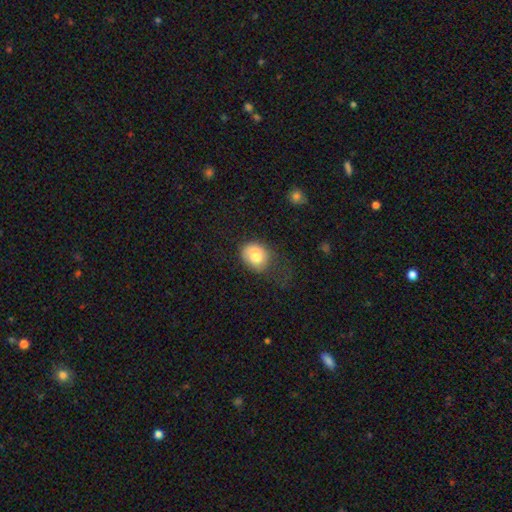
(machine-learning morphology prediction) A smooth galaxy with no disk features (77%) that is round (54%).

Vote fractions:
- Smooth or featured? smooth: 77% / featured or disk: 14% / star or artifact: 9%
- How rounded? round: 54% / in between: 45% / cigar-shaped: 1%
- Merging? none: 49% / minor disturbance: 29% / major disturbance: 17% / merger: 4%